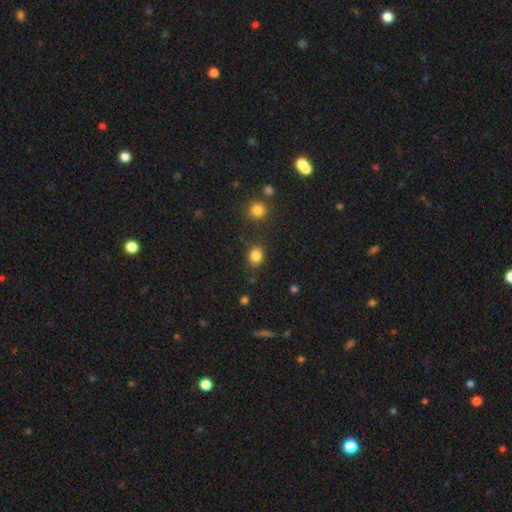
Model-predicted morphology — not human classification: Smooth or featured? smooth (83%)
How rounded? round (62%)
Merging? none (79%)